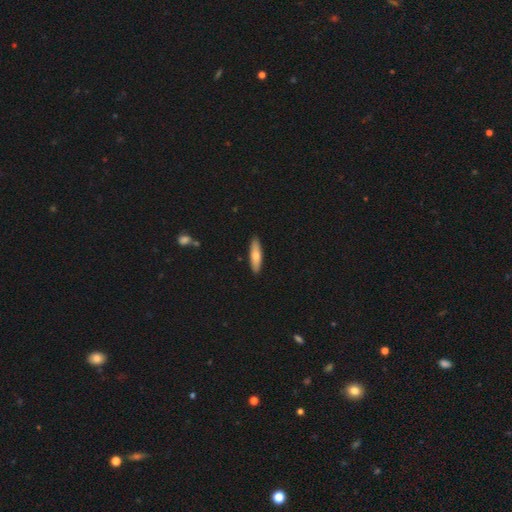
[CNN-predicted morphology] smooth 69%, featured or disk 26%, star or artifact 5%. Down the decision tree: how rounded — cigar-shaped (71%); merging — none (90%).